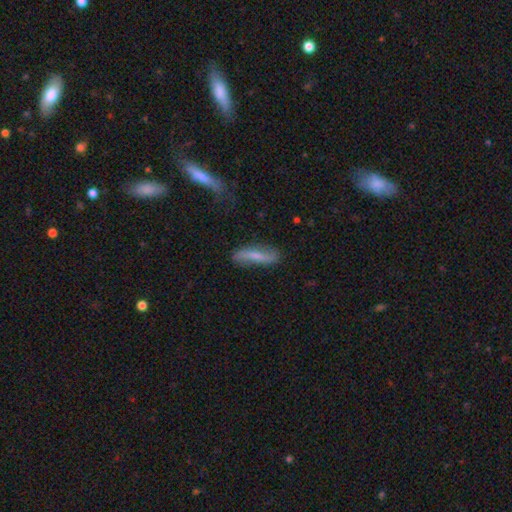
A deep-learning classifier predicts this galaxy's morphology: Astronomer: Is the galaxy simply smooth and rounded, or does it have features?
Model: smooth — 52% (runner-up: featured or disk, 41%).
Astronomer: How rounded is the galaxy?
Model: cigar-shaped — 68%.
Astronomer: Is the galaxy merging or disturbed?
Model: none — 70%.